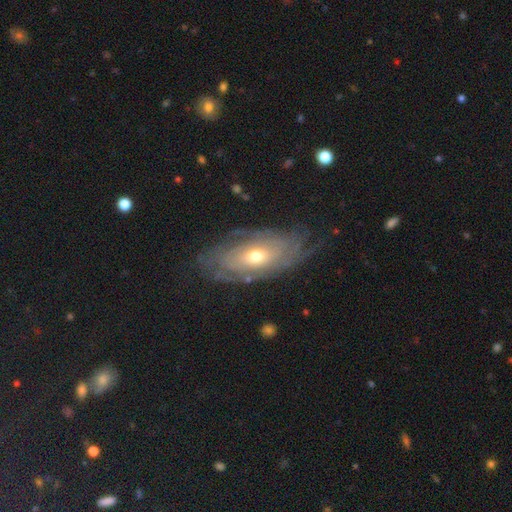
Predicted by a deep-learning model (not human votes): Smooth or featured? featured or disk (75%)
Edge-on disk? no (89%)
Bar? no (77%)
Spiral arms? yes (80%)
Spiral winding? tight (72%)
Spiral arm count? can't tell (63%)
Bulge size? moderate (64%)
Merging? none (72%)